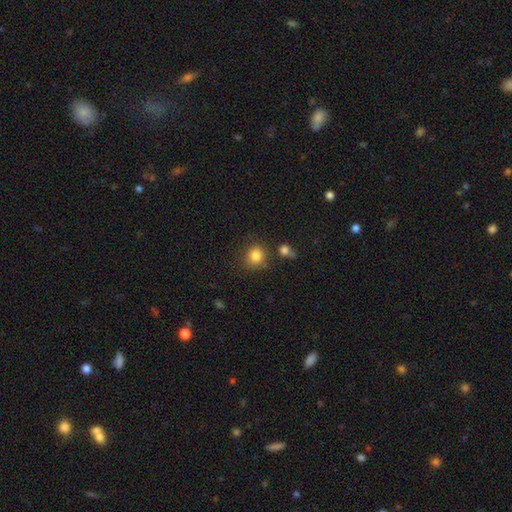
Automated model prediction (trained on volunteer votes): Smooth or featured?
  - smooth: 83% *
  - star or artifact: 11%
  - featured or disk: 6%
How rounded?
  - round: 85% *
  - in between: 15%
  - cigar-shaped: 1%
Merging?
  - none: 77% *
  - minor disturbance: 12%
  - merger: 7%
  - major disturbance: 4%